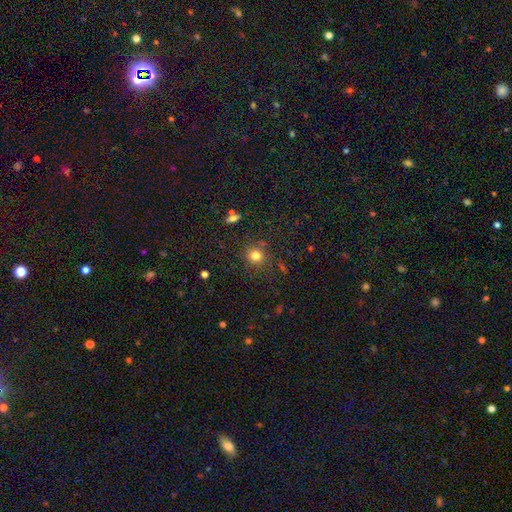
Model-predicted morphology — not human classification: Smooth or featured: smooth — 78% (star or artifact — 16%)
How rounded: round — 87% (in between — 12%)
Merging: none — 82% (minor disturbance — 10%)